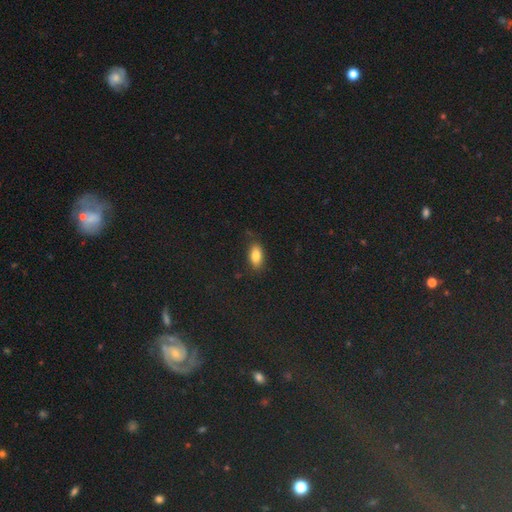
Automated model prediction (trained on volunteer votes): This appears to be a smooth galaxy with no disk features (83%) that is in between round and cigar-shaped (90%). Merging: none (82%).